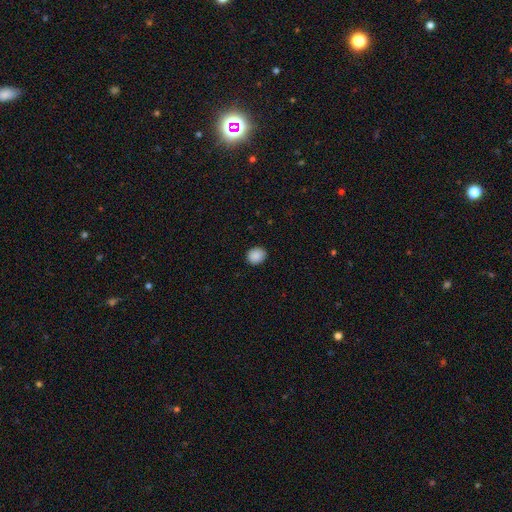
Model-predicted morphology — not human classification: type=smooth (89%); roundness=round (66%); merging=none (89%).